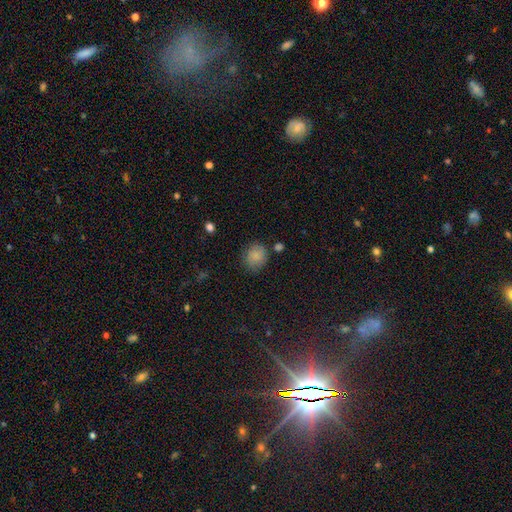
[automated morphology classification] smooth-or-featured: smooth: 83% | star or artifact: 9% | featured or disk: 8%
  how-rounded: round: 76% | in between: 24% | cigar-shaped: 1%
  merging: none: 76% | minor disturbance: 16% | major disturbance: 4% | merger: 4%